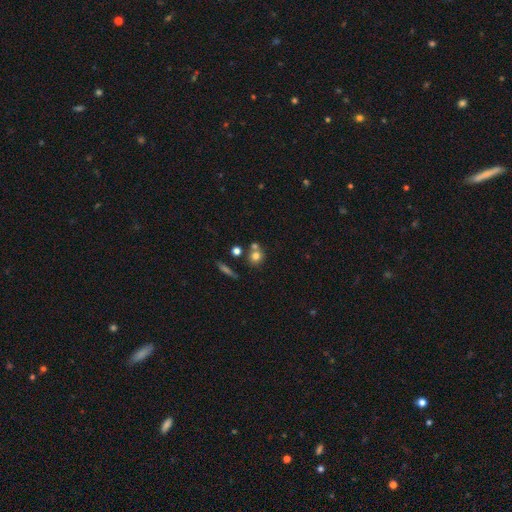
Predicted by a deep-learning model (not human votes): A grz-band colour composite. It shows a smooth galaxy with no disk features (74%) that is round (83%). Merging: none (55%).